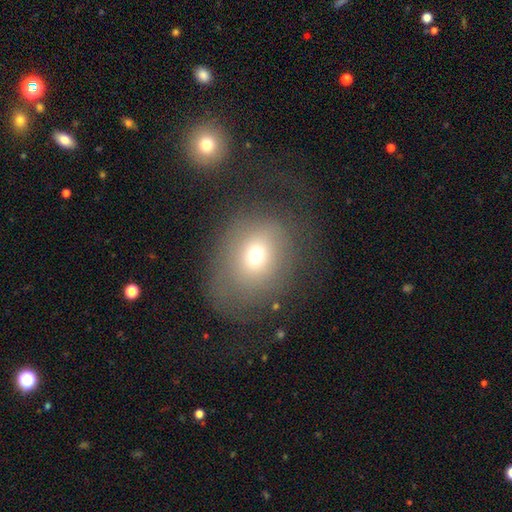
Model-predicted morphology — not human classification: A smooth galaxy with no disk features (64%) that is round (70%).

Vote fractions:
- Smooth or featured? smooth: 64% / featured or disk: 20% / star or artifact: 15%
- How rounded? round: 70% / in between: 29% / cigar-shaped: 1%
- Merging? none: 55% / major disturbance: 24% / minor disturbance: 19% / merger: 2%